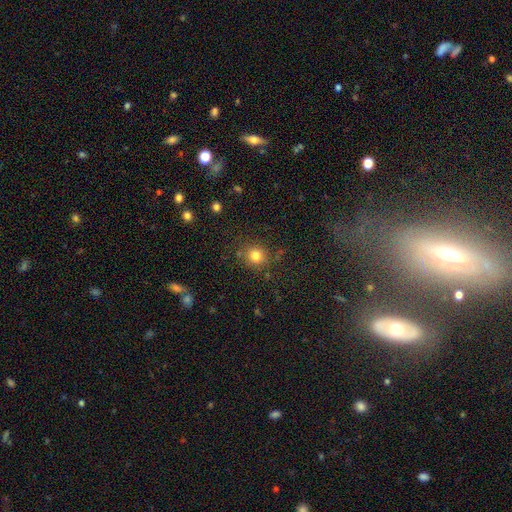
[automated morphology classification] A smooth galaxy with no disk features (80%) that is round (89%).

Vote fractions:
- Smooth or featured? smooth: 80% / star or artifact: 14% / featured or disk: 7%
- How rounded? round: 89% / in between: 11% / cigar-shaped: 1%
- Merging? none: 83% / minor disturbance: 10% / merger: 4% / major disturbance: 4%